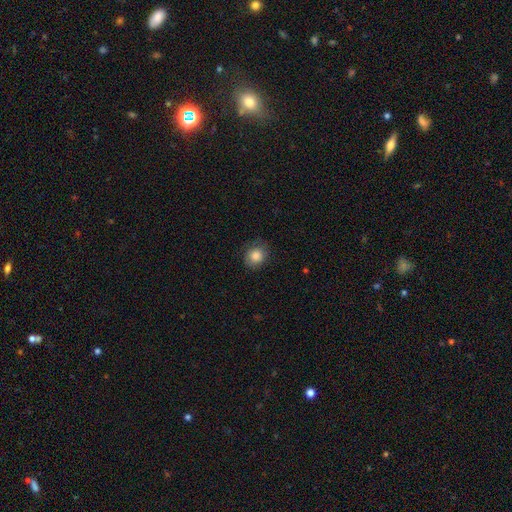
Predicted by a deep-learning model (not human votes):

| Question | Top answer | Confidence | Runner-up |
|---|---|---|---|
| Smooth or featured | smooth | 84% | star or artifact (9%) |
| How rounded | round | 72% | in between (28%) |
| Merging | none | 80% | minor disturbance (15%) |